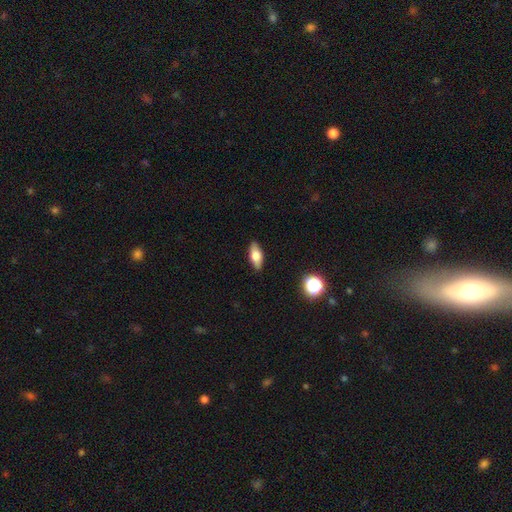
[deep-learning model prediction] Overall: smooth (63%; featured or disk 29%). How rounded: in between (74%). Merging: none (89%).